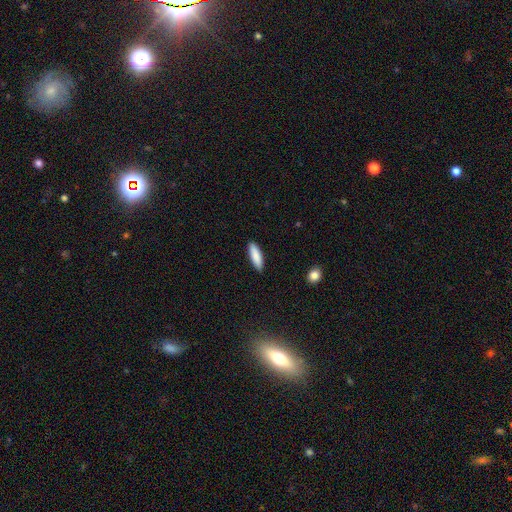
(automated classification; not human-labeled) smooth-or-featured: smooth: 87% | featured or disk: 7% | star or artifact: 6%
  how-rounded: cigar-shaped: 57% | in between: 41% | round: 1%
  merging: none: 89% | minor disturbance: 9% | major disturbance: 2% | merger: 1%